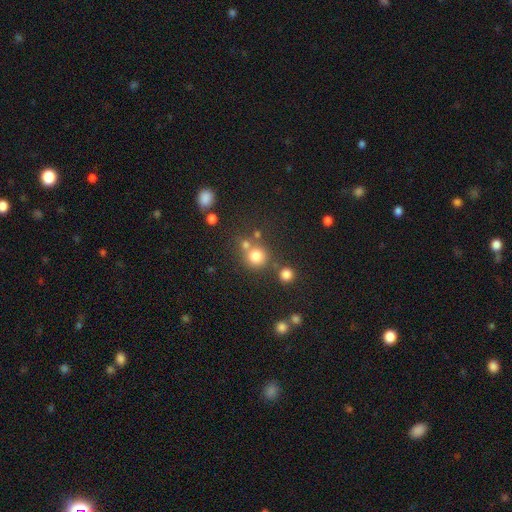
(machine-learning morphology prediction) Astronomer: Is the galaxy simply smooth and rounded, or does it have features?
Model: smooth — 78%.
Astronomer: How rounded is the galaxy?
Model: round — 89%.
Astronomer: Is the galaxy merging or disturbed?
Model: none — 63%.